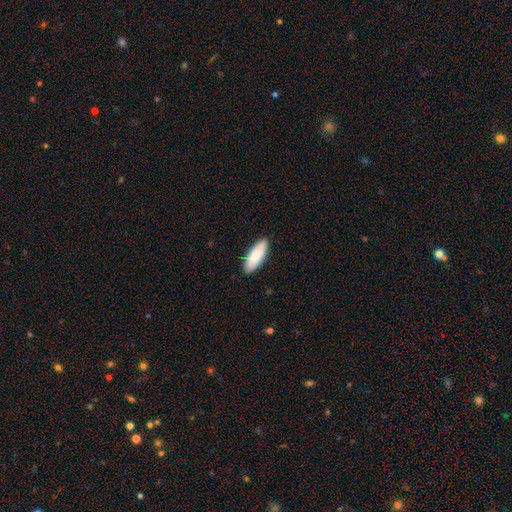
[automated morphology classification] smooth-or-featured: smooth: 81% | featured or disk: 14% | star or artifact: 5%
  how-rounded: in between: 71% | cigar-shaped: 27% | round: 2%
  merging: none: 89% | minor disturbance: 8% | major disturbance: 1% | merger: 1%